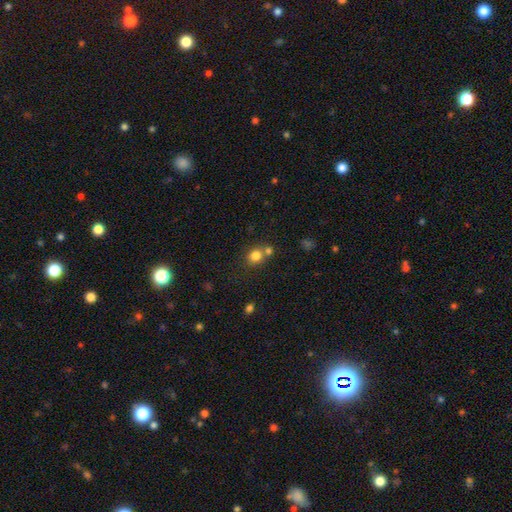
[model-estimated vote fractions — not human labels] smooth 81%, star or artifact 12%, featured or disk 8%. Down the decision tree: how rounded — round (76%); merging — none (55%).